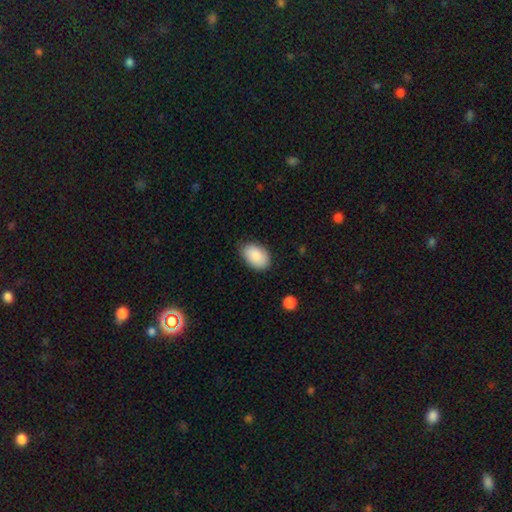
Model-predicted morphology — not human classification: Smooth or featured? Predicted: smooth (p=0.89). How rounded? Predicted: in between (p=0.92). Merging? Predicted: none (p=0.79).